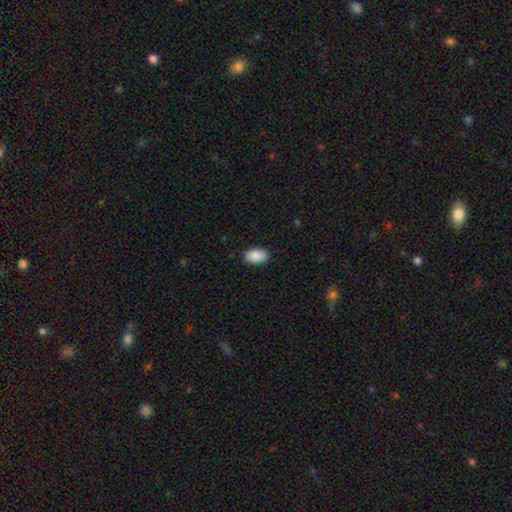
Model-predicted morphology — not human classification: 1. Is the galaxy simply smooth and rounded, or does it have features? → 90% smooth, 7% star or artifact, 4% featured or disk.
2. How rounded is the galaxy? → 93% in between, 5% round, 1% cigar-shaped.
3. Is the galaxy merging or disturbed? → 88% none, 9% minor disturbance, 2% major disturbance, 1% merger.